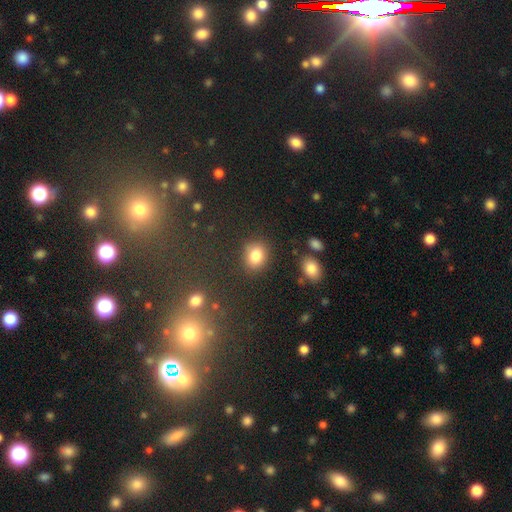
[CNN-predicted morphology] The model was most divided on "how rounded": in between: 50%, round: 48%, cigar-shaped: 1%. More confident: smooth or featured — smooth (84%); merging — none (80%).